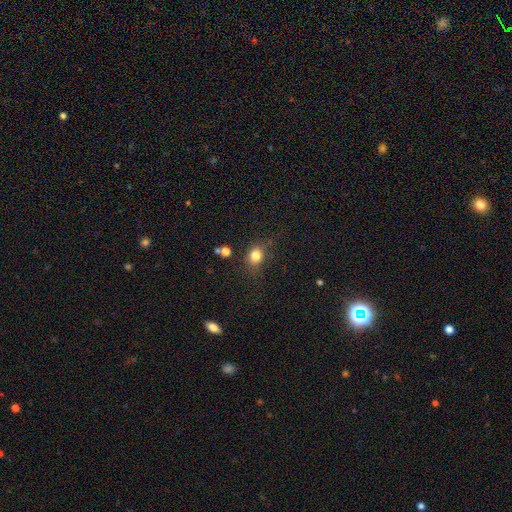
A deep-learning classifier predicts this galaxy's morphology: The model was most divided on "how rounded": round: 63%, in between: 35%, cigar-shaped: 1%. More confident: smooth or featured — smooth (81%); merging — none (72%).